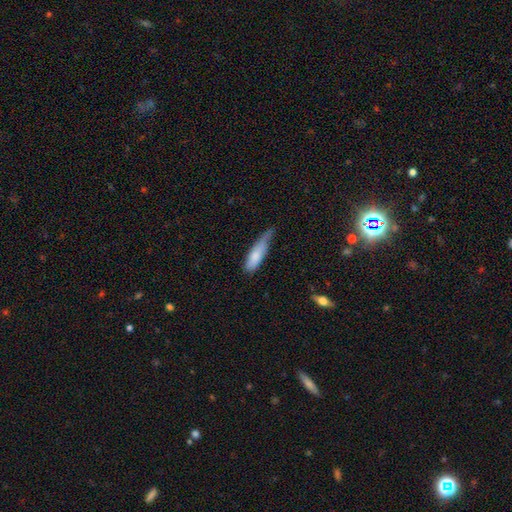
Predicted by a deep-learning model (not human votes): Smooth or featured?
  - smooth: 78% *
  - featured or disk: 16%
  - star or artifact: 6%
How rounded?
  - cigar-shaped: 63% *
  - in between: 35%
  - round: 2%
Merging?
  - minor disturbance: 48% *
  - none: 34%
  - major disturbance: 15%
  - merger: 3%